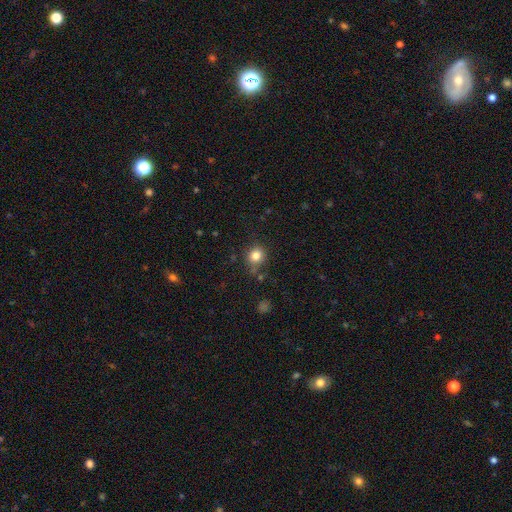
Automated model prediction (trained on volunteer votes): Smooth or featured? smooth (82%)
How rounded? round (85%)
Merging? none (79%)